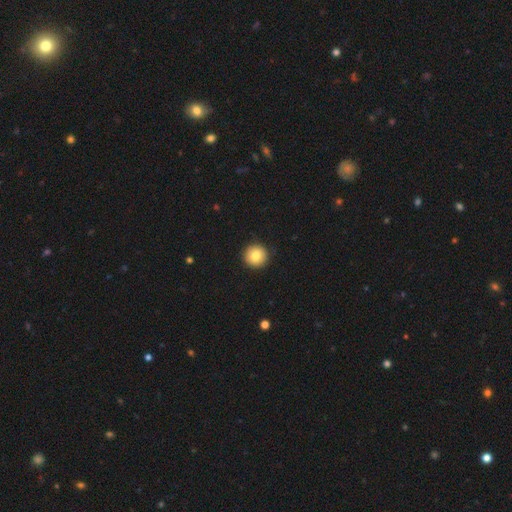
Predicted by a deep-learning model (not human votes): A smooth galaxy with no disk features (83%) that is round (96%). Merging: none (91%).